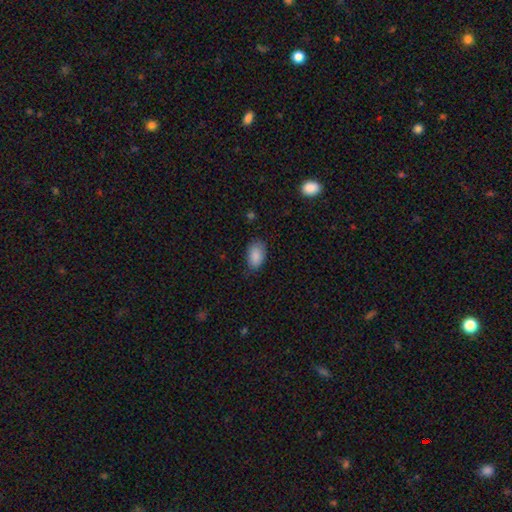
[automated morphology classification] A smooth galaxy with no disk features (88%) that is in between round and cigar-shaped (92%). Merging: none (71%).